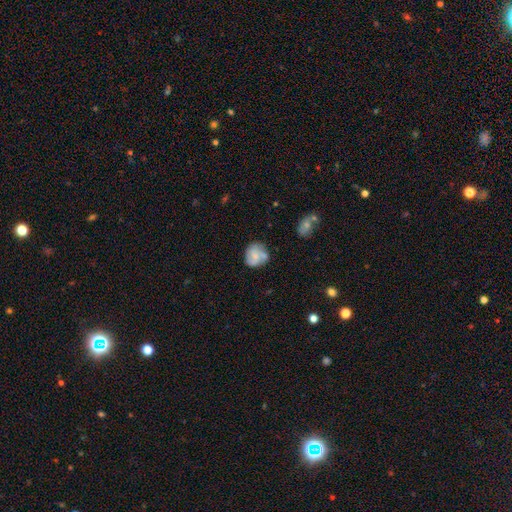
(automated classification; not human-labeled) smooth-or-featured: featured or disk: 47% | smooth: 45% | star or artifact: 8%
  merging: none: 59% | minor disturbance: 24% | major disturbance: 9% | merger: 8%